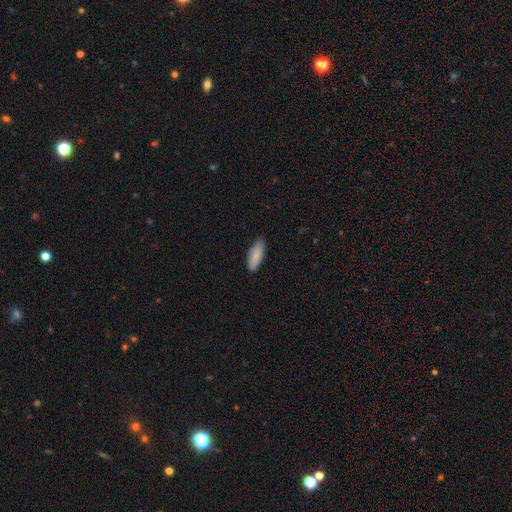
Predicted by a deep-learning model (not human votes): smooth_or_featured: smooth (p=0.86) [alt: featured or disk p=0.08]
how_rounded: in between (p=0.71) [alt: cigar-shaped p=0.28]
merging: none (p=0.83) [alt: minor disturbance p=0.14]